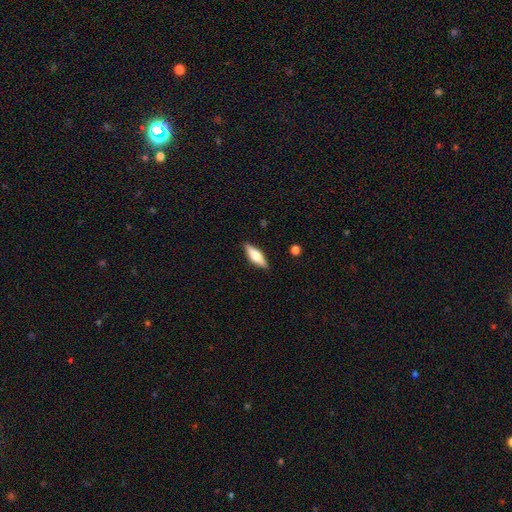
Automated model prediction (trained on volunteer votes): This is possibly a smooth galaxy (54%). How rounded: possibly in between (57%). Merging: clearly none (88%).